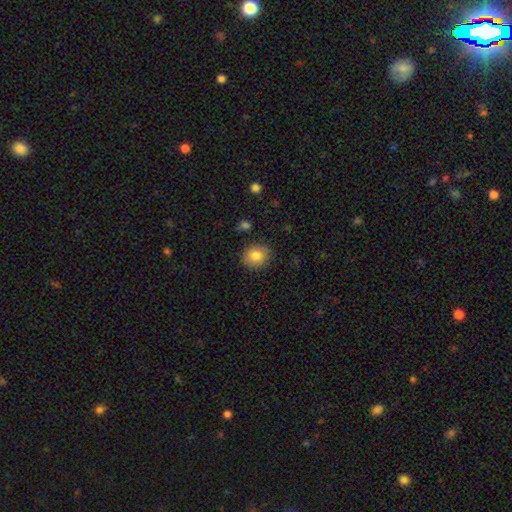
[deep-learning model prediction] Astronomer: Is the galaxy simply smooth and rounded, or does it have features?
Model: smooth — 82%.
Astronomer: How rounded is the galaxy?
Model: round — 73%.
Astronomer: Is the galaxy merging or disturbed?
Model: none — 86%.